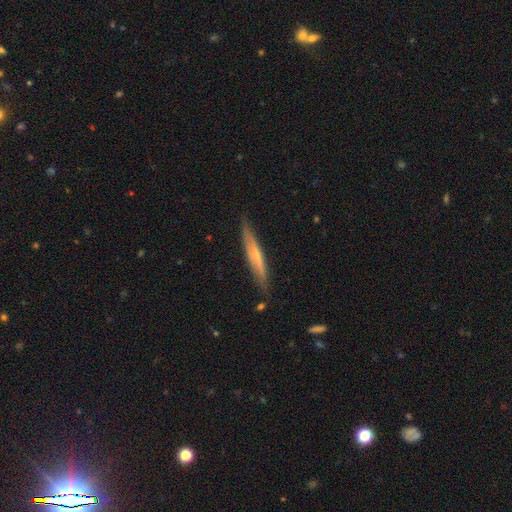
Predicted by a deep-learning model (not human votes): featured or disk 55%, smooth 39%, star or artifact 6%. Down the decision tree: edge-on disk — yes (91%); merging — none (82%).